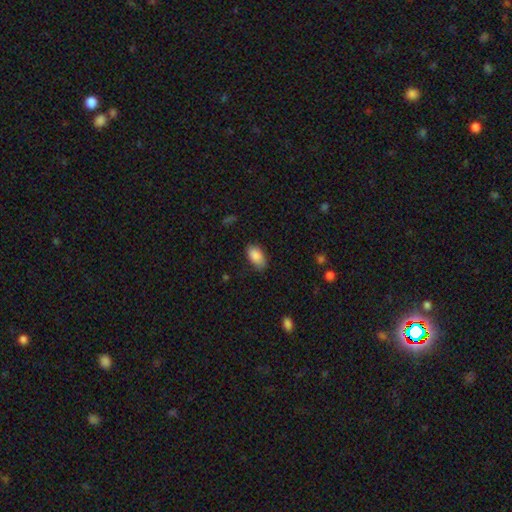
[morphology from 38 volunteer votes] Volunteers were most divided on "how rounded": in between: 86%, round: 8%, cigar-shaped: 6%. More confident: smooth or featured — smooth (95%); merging — none (86%).